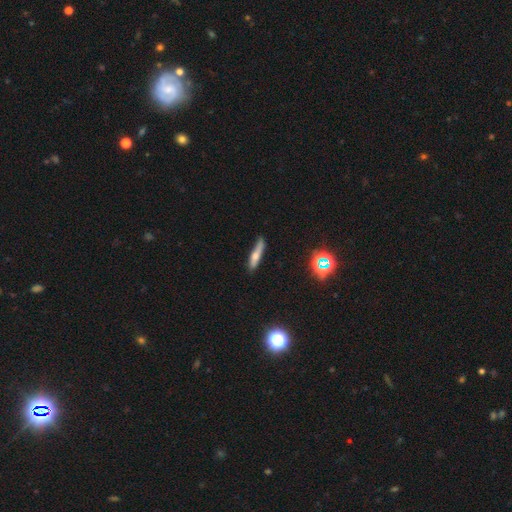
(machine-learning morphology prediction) Smooth or featured?
  - smooth: 58% *
  - featured or disk: 32%
  - star or artifact: 10%
How rounded?
  - cigar-shaped: 85% *
  - in between: 12%
  - round: 2%
Merging?
  - none: 72% *
  - minor disturbance: 21%
  - major disturbance: 4%
  - merger: 2%